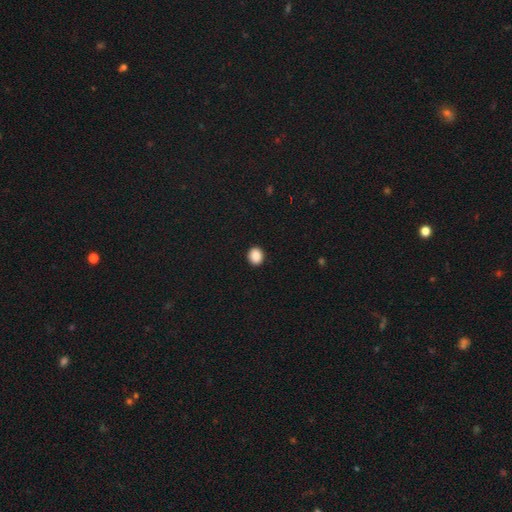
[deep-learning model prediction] This appears to be a smooth galaxy with no disk features (89%) that is round (71%). Merging: none (92%).